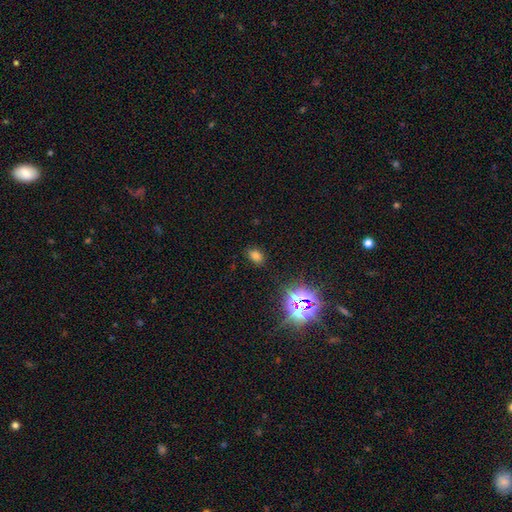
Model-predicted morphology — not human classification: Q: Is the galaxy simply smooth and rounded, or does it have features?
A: smooth — 68%.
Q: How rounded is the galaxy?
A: in between — 76%.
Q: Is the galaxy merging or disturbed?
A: none — 85%.